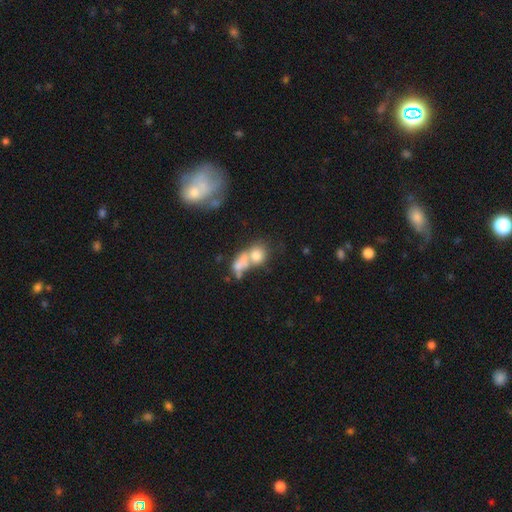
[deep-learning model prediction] A smooth galaxy with no disk features (68%) that is round (57%). Merging: merger (59%).